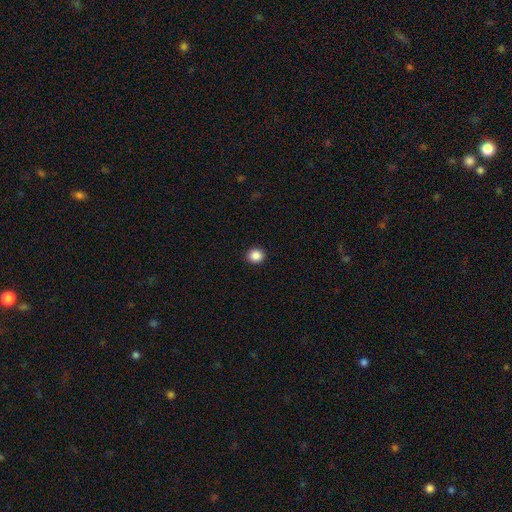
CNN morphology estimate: type=smooth (87%); roundness=round (81%); merging=none (92%).